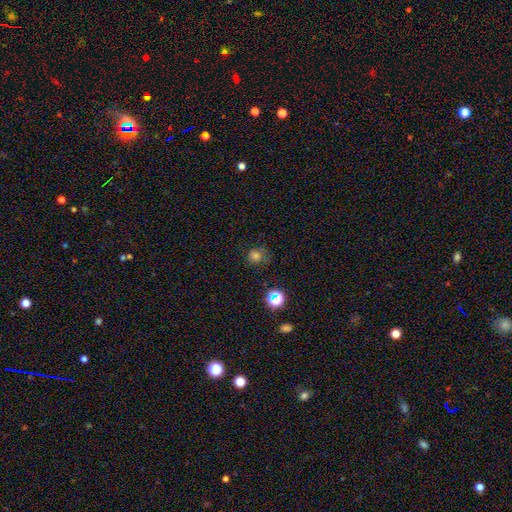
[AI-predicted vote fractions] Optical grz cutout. It shows a smooth galaxy with no disk features (72%) that is round (81%). Merging: none (65%).